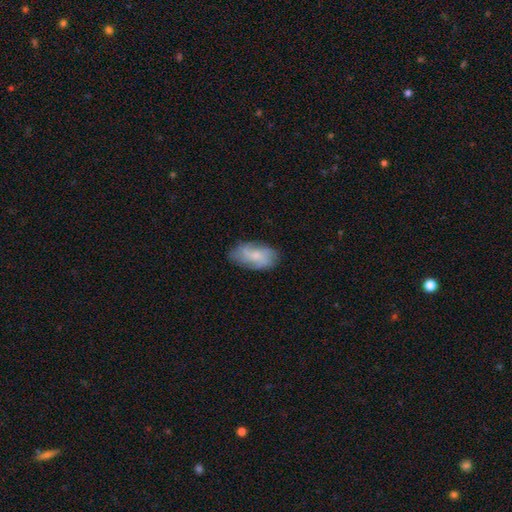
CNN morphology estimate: Smooth or featured? Predicted: smooth (p=0.48). Merging? Predicted: none (p=0.72).